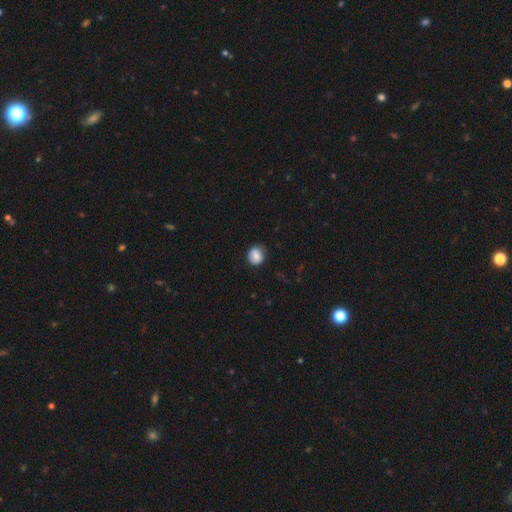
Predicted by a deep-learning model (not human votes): smooth 79%, featured or disk 12%, star or artifact 8%. Down the decision tree: how rounded — round (77%); merging — none (81%).